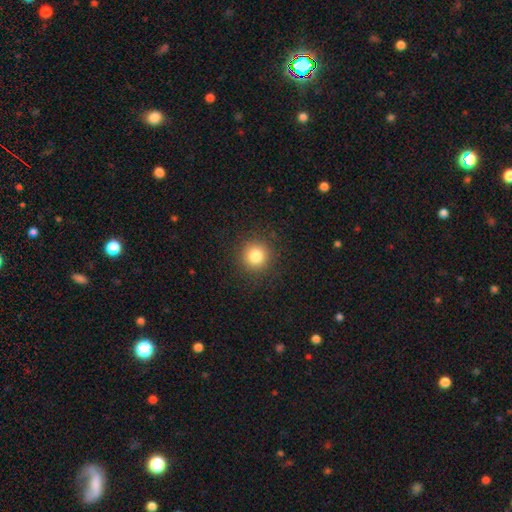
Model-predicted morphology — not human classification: smooth 82%, star or artifact 12%, featured or disk 6%. Down the decision tree: how rounded — round (94%); merging — none (90%).